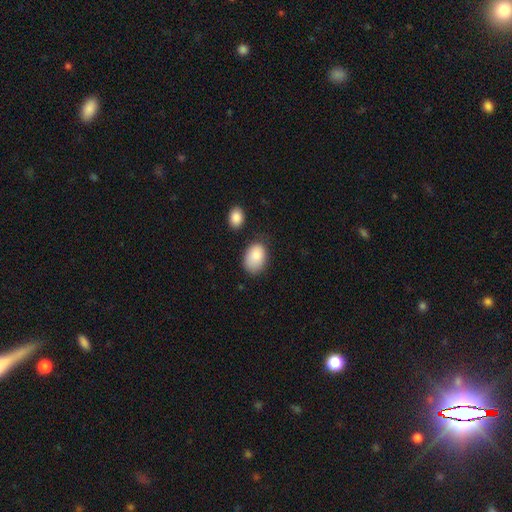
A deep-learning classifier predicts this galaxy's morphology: Overall: smooth (86%). How rounded: in between (86%). Merging: none (64%; minor disturbance 25%).